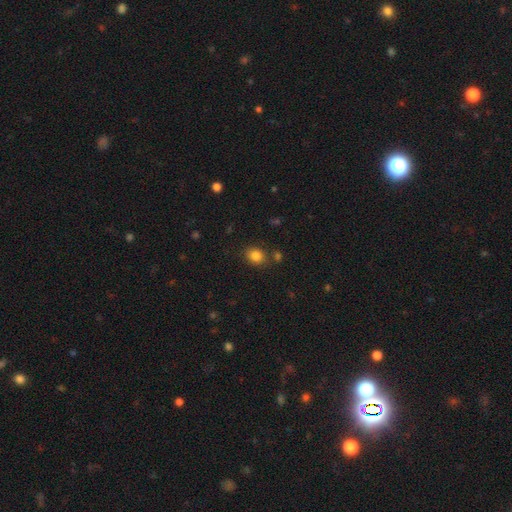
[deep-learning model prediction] smooth-or-featured: smooth: 83% | star or artifact: 11% | featured or disk: 6%
  how-rounded: round: 54% | in between: 45% | cigar-shaped: 1%
  merging: none: 78% | minor disturbance: 11% | merger: 7% | major disturbance: 3%